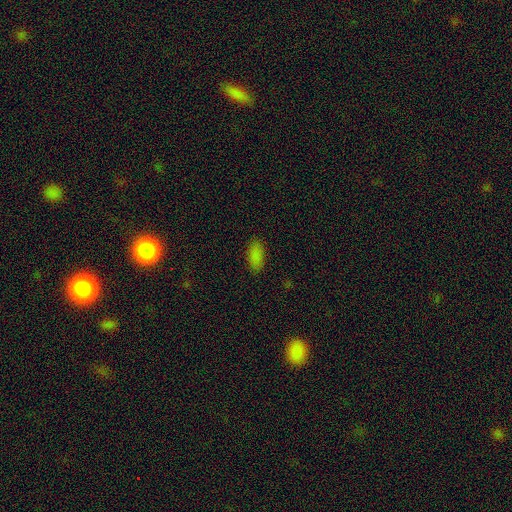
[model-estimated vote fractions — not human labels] A smooth galaxy with no disk features (85%) that is in between round and cigar-shaped (91%). Merging: none (87%).